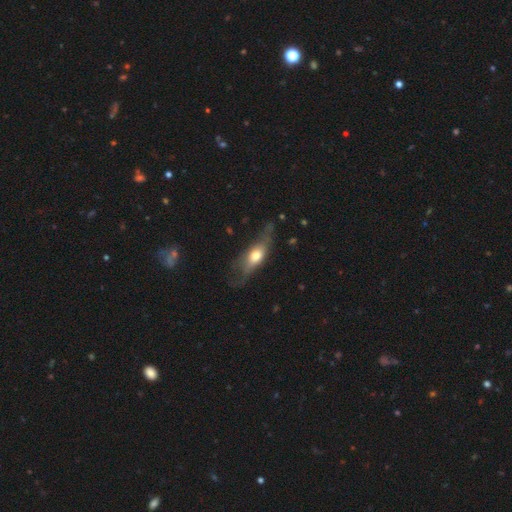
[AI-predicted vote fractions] Q: Smooth or featured?
A: smooth (51%); runner-up: featured or disk (42%)
Q: How rounded?
A: in between (60%); runner-up: cigar-shaped (35%)
Q: Merging?
A: none (51%); runner-up: minor disturbance (27%)